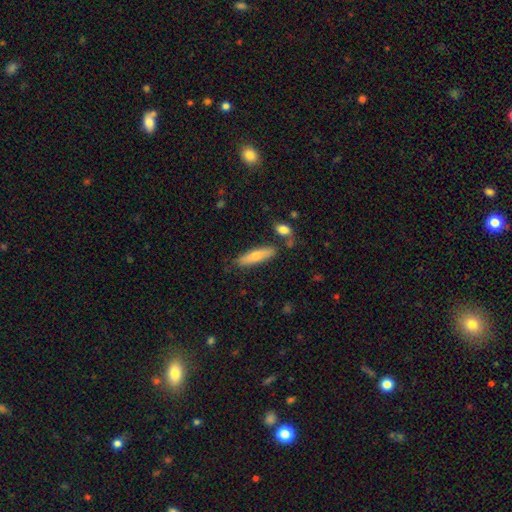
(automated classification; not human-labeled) smooth-or-featured: smooth: 59% | featured or disk: 34% | star or artifact: 8%
  how-rounded: cigar-shaped: 74% | in between: 24% | round: 2%
  merging: none: 80% | minor disturbance: 11% | merger: 6% | major disturbance: 2%